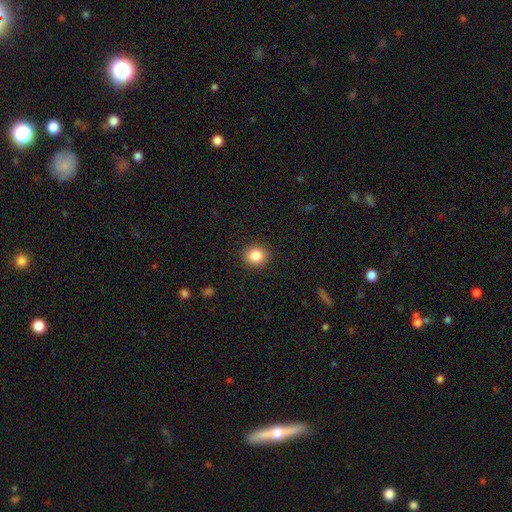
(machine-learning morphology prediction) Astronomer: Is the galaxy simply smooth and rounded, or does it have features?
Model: smooth — 86%.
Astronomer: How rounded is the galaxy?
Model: round — 79%.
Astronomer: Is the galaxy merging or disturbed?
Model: none — 91%.